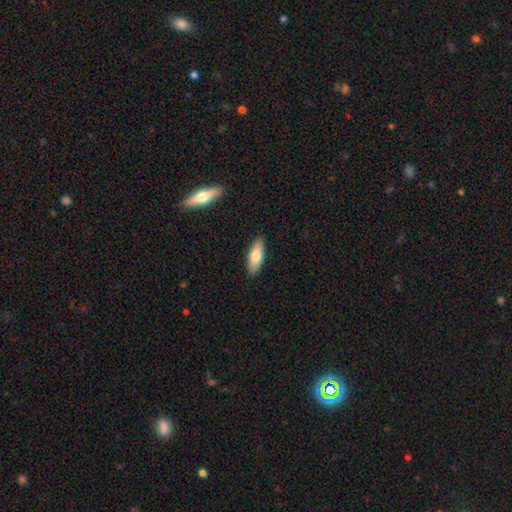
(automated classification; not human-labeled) smooth_or_featured: smooth (p=0.74) [alt: featured or disk p=0.19]
how_rounded: in between (p=0.71) [alt: cigar-shaped p=0.27]
merging: none (p=0.89) [alt: minor disturbance p=0.08]